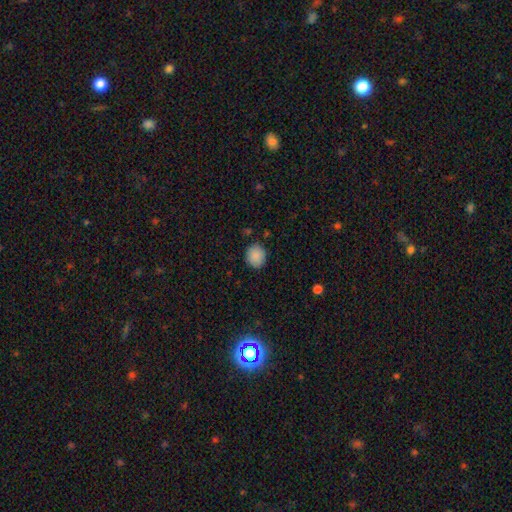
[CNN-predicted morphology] smooth_or_featured: smooth (p=0.88) [alt: star or artifact p=0.08]
how_rounded: round (p=0.79) [alt: in between p=0.20]
merging: none (p=0.86) [alt: minor disturbance p=0.10]